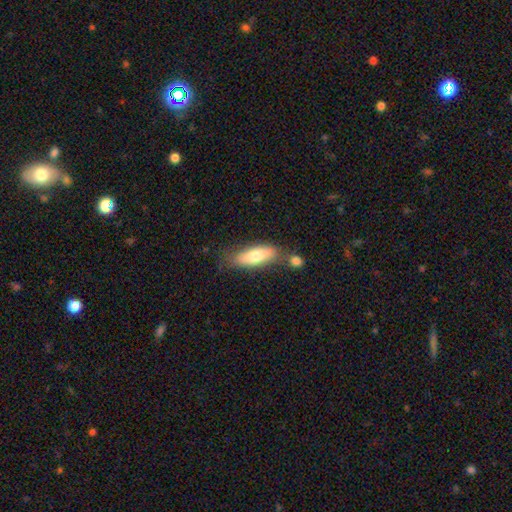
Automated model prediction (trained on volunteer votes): Smooth or featured: smooth — 71% (featured or disk — 23%)
How rounded: in between — 59% (cigar-shaped — 39%)
Merging: none — 60% (merger — 18%)